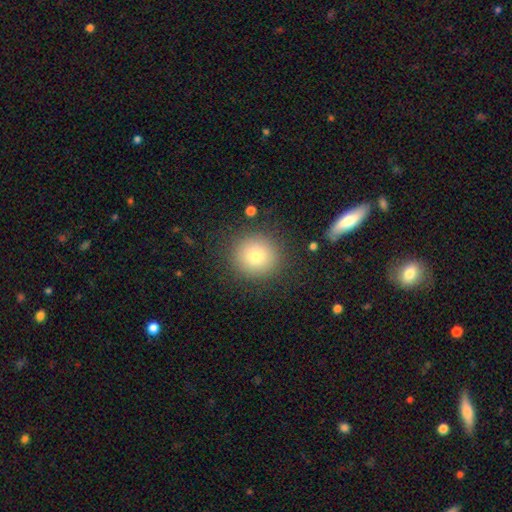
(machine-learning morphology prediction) A smooth galaxy with no disk features (78%) that is round (91%).

Vote fractions:
- Smooth or featured? smooth: 78% / star or artifact: 12% / featured or disk: 11%
- How rounded? round: 91% / in between: 8% / cigar-shaped: 1%
- Merging? none: 88% / minor disturbance: 7% / major disturbance: 3% / merger: 2%